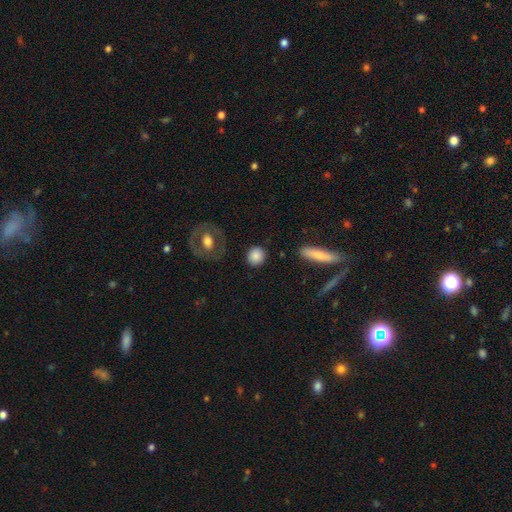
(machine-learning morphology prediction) This appears to be a smooth galaxy with no disk features (84%) that is round (85%). Merging: none (87%).